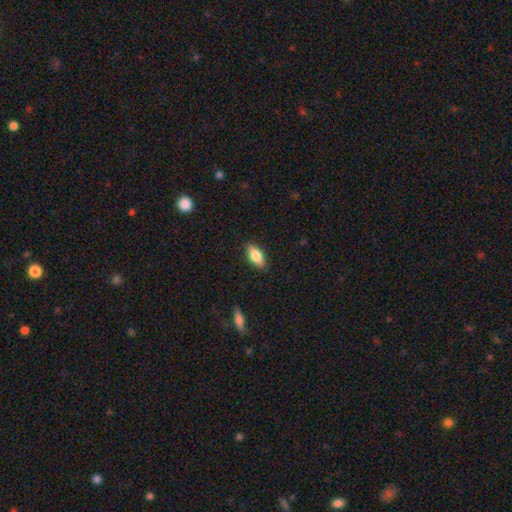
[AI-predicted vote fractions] Smooth or featured? smooth (74%)
How rounded? in between (81%)
Merging? none (86%)